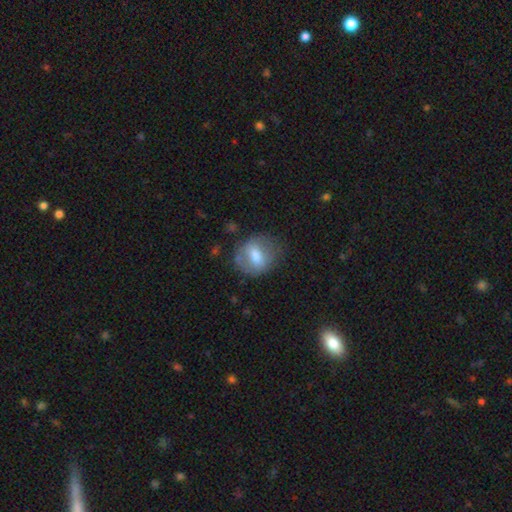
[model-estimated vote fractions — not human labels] smooth-or-featured: smooth: 62% | featured or disk: 30% | star or artifact: 8%
  how-rounded: round: 54% | in between: 44% | cigar-shaped: 2%
  merging: none: 62% | minor disturbance: 24% | major disturbance: 11% | merger: 3%